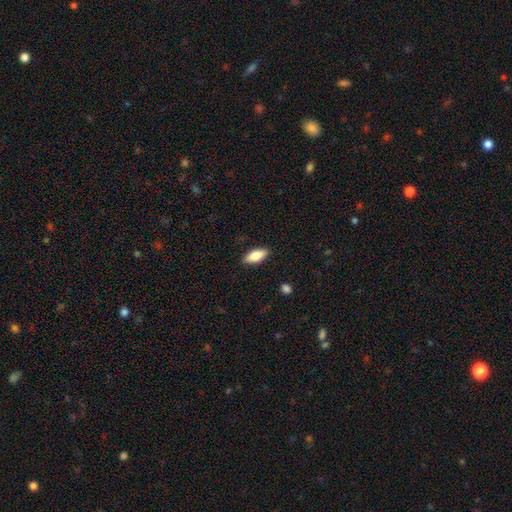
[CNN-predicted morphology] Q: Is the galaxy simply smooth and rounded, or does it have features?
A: smooth — 76%.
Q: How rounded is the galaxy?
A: in between — 81%.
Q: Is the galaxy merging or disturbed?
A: none — 88%.